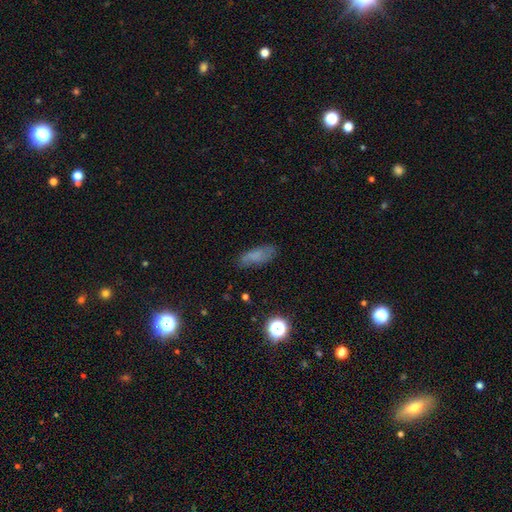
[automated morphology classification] Smooth or featured? smooth (67%)
How rounded? in between (72%)
Merging? none (72%)